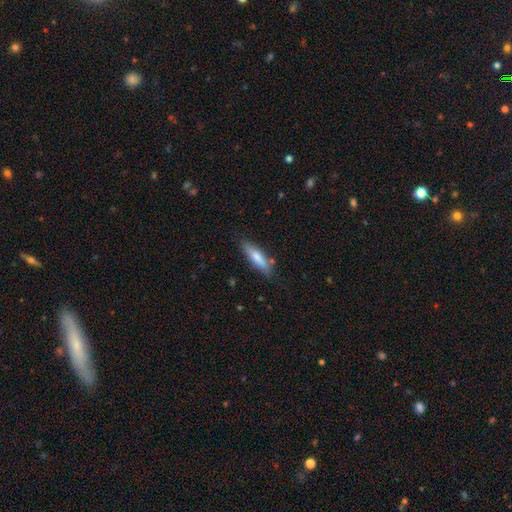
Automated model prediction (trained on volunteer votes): The model was most divided on "how rounded": cigar-shaped: 64%, in between: 35%, round: 2%. More confident: merging — none (79%); smooth or featured — smooth (73%).